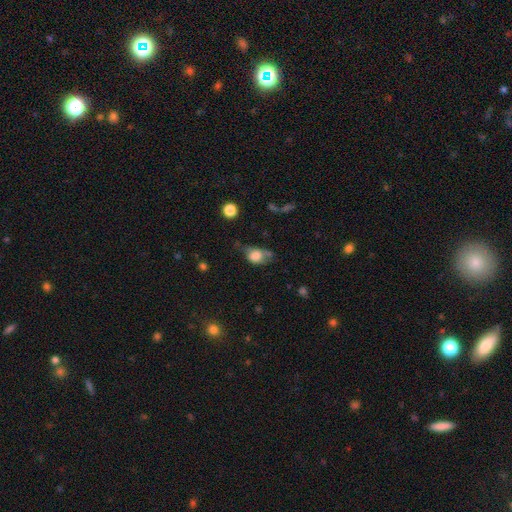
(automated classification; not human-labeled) Smooth or featured? smooth (68%)
How rounded? in between (72%)
Merging? minor disturbance (34%)